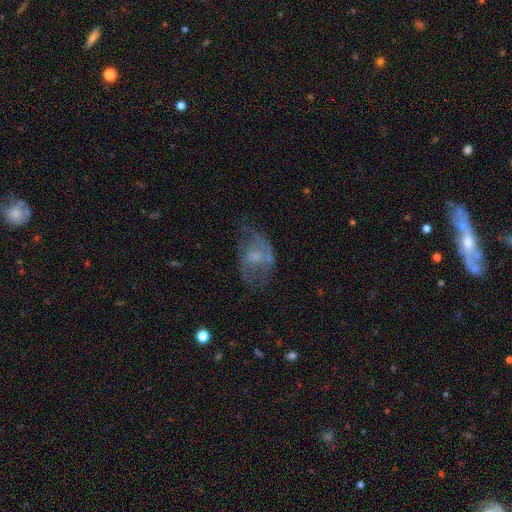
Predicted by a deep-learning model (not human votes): Smooth or featured? featured or disk (62%)
Edge-on disk? no (96%)
Bar? no (61%)
Spiral arms? yes (63%)
Bulge size? small (39%)
Merging? none (44%)